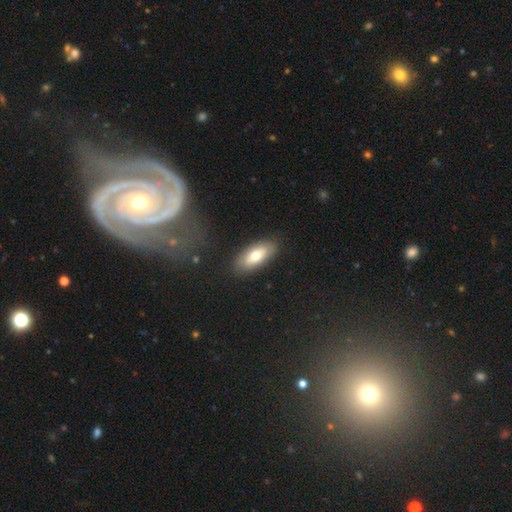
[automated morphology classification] smooth 69%, featured or disk 24%, star or artifact 6%. Down the decision tree: how rounded — in between (85%); merging — none (86%).